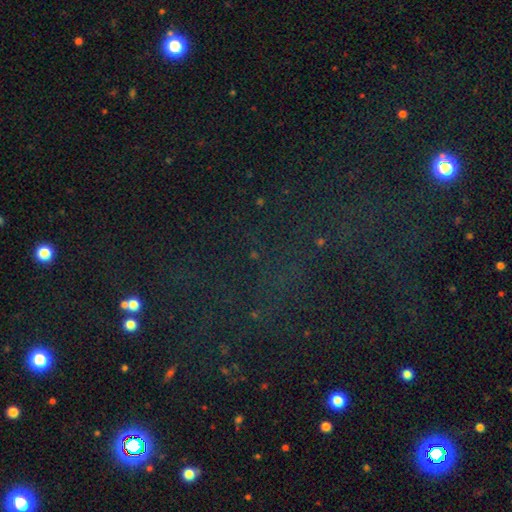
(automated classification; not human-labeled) smooth_or_featured: star or artifact (p=0.73) [alt: smooth p=0.17]